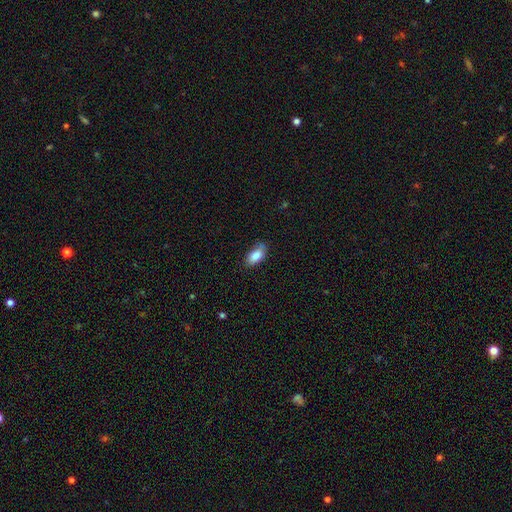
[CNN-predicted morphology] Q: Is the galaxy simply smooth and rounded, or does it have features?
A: smooth — 85%.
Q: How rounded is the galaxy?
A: in between — 90%.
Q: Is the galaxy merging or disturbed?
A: none — 68%.